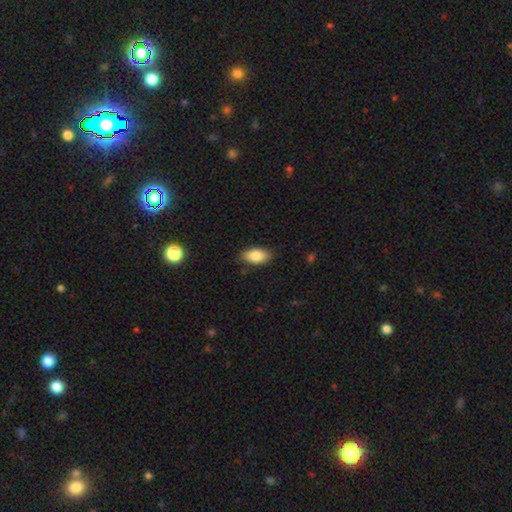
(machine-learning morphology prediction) This appears to be a smooth galaxy with no disk features (84%) that is in between round and cigar-shaped (92%). Merging: none (85%).